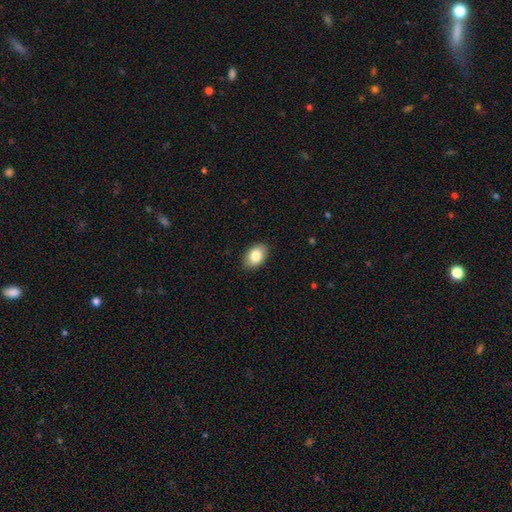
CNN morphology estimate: A smooth galaxy with no disk features (85%) that is in between round and cigar-shaped (87%).

Vote fractions:
- Smooth or featured? smooth: 85% / featured or disk: 8% / star or artifact: 7%
- How rounded? in between: 87% / round: 12% / cigar-shaped: 1%
- Merging? none: 88% / minor disturbance: 9% / major disturbance: 2% / merger: 1%